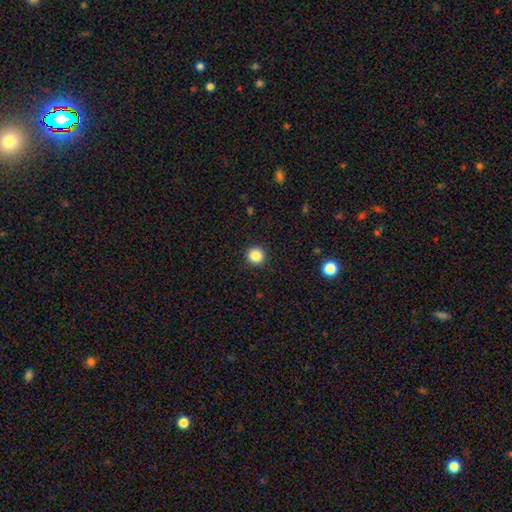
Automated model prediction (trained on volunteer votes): smooth 86%, star or artifact 11%, featured or disk 4%. Down the decision tree: how rounded — round (95%); merging — none (93%).